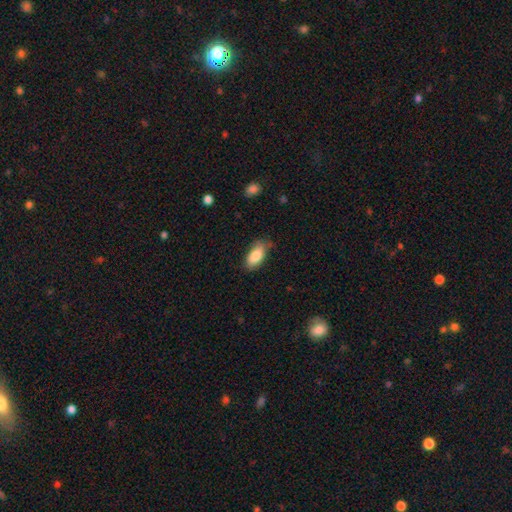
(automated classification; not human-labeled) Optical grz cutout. It shows a smooth galaxy with no disk features (85%) that is in between round and cigar-shaped (90%). Merging: none (69%).